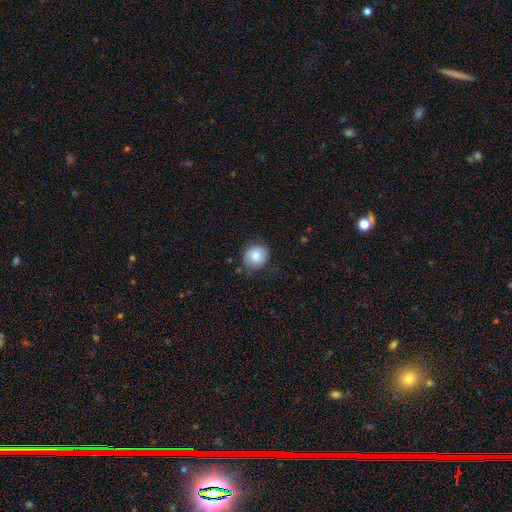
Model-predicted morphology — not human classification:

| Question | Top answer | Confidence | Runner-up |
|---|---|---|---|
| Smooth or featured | smooth | 82% | featured or disk (10%) |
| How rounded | round | 84% | in between (16%) |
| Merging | none | 78% | minor disturbance (17%) |